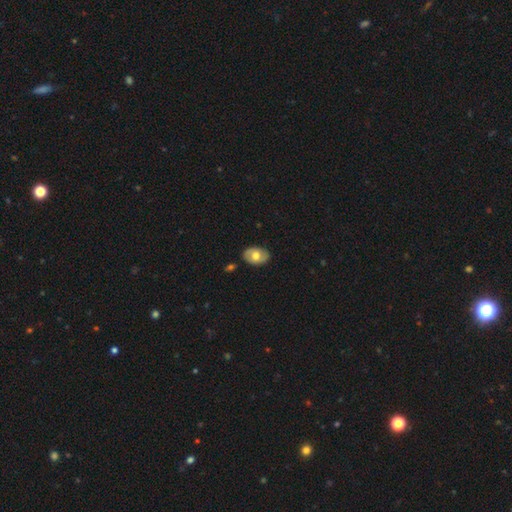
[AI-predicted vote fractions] Smooth or featured? smooth (55%)
How rounded? in between (84%)
Merging? none (83%)